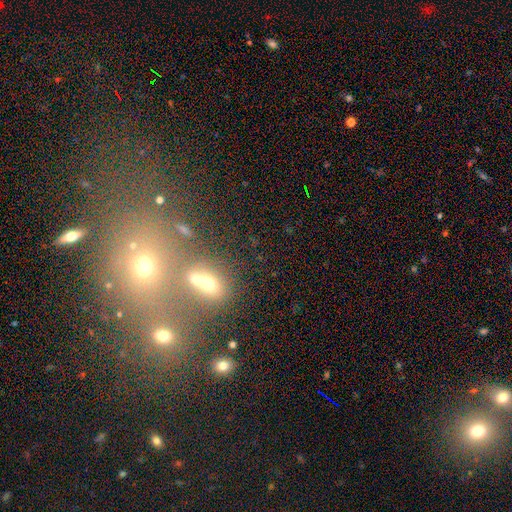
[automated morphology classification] This is marginally a star or artifact rather than a galaxy (42%).